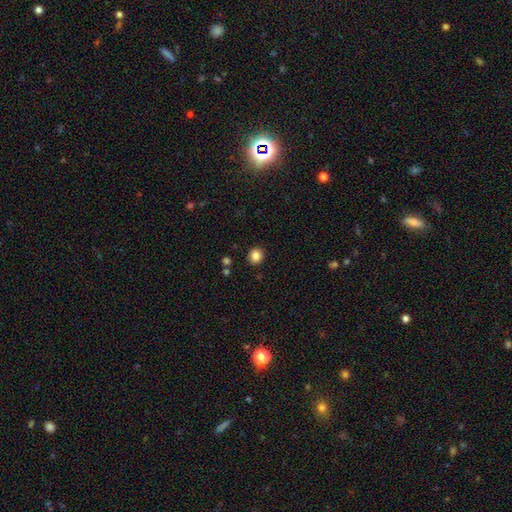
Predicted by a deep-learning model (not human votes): Q: Smooth or featured?
A: smooth (85%); runner-up: star or artifact (10%)
Q: How rounded?
A: round (84%); runner-up: in between (15%)
Q: Merging?
A: none (91%); runner-up: minor disturbance (6%)